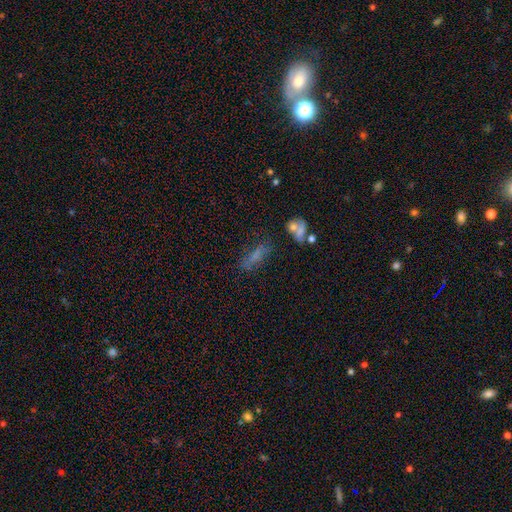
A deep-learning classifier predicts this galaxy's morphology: A smooth galaxy with no disk features (58%) that is in between round and cigar-shaped (54%). Merging: none (58%).